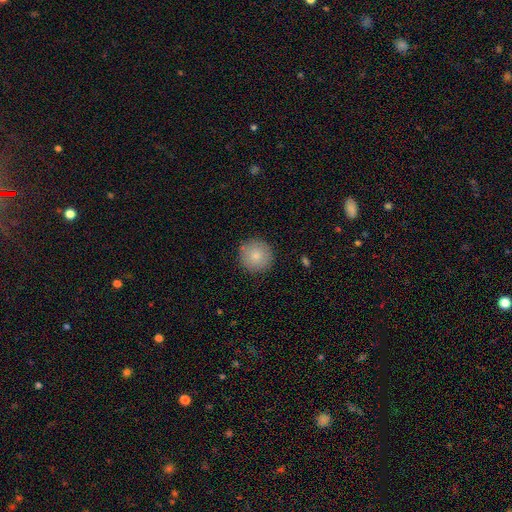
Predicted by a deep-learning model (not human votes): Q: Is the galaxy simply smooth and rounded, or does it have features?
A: smooth — 83%.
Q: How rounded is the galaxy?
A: round — 95%.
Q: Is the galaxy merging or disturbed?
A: none — 89%.